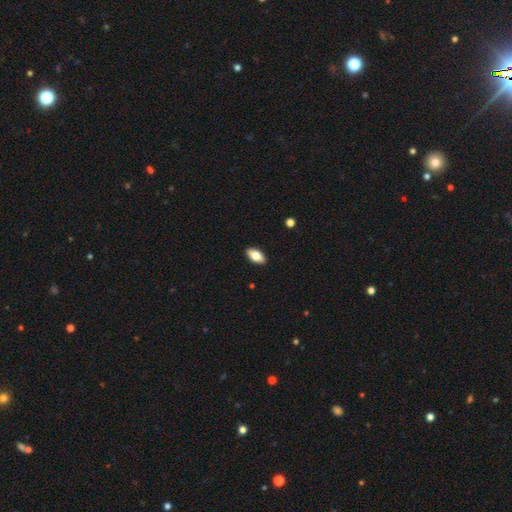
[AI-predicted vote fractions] A smooth galaxy with no disk features (77%) that is in between round and cigar-shaped (90%).

Vote fractions:
- Smooth or featured? smooth: 77% / featured or disk: 16% / star or artifact: 7%
- How rounded? in between: 90% / cigar-shaped: 6% / round: 3%
- Merging? none: 90% / minor disturbance: 7% / major disturbance: 2% / merger: 1%